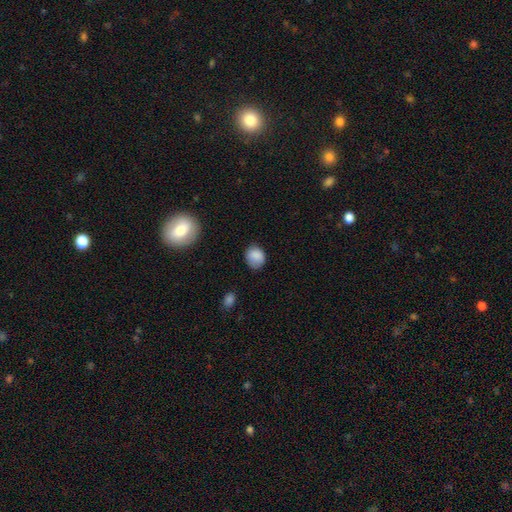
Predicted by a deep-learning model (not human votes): This appears to be a smooth galaxy with no disk features (86%) that is round (64%). Merging: none (71%).